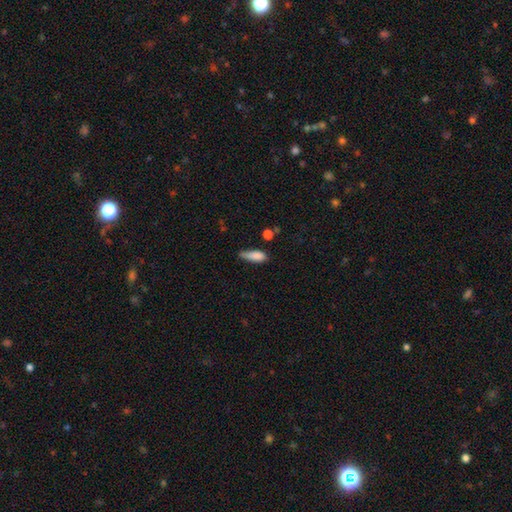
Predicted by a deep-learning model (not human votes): Morphology: type=smooth (84%); roundness=in between (63%); merging=none (44%).